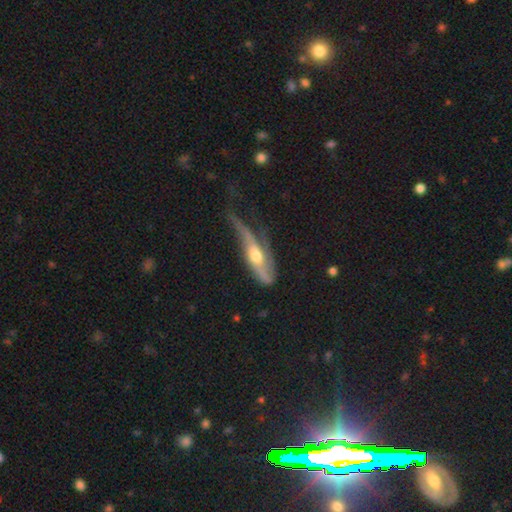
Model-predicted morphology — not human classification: Smooth or featured: featured or disk — 66% (smooth — 28%)
Edge-on disk: no — 60% (yes — 40%)
Merging: major disturbance — 42% (minor disturbance — 30%)